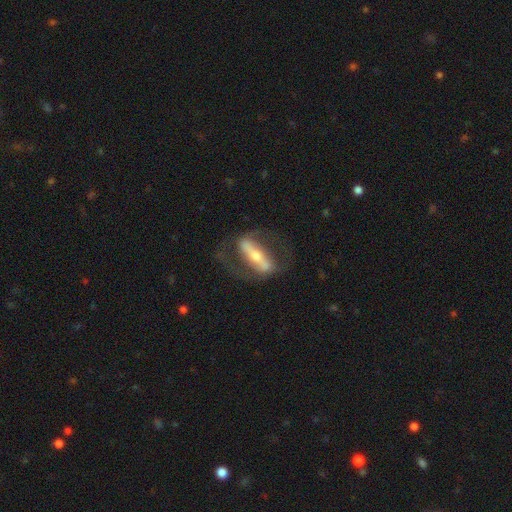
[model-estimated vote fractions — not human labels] Q: Smooth or featured?
A: featured or disk (76%); runner-up: smooth (19%)
Q: Edge-on disk?
A: no (65%); runner-up: yes (35%)
Q: Merging?
A: none (65%); runner-up: major disturbance (18%)